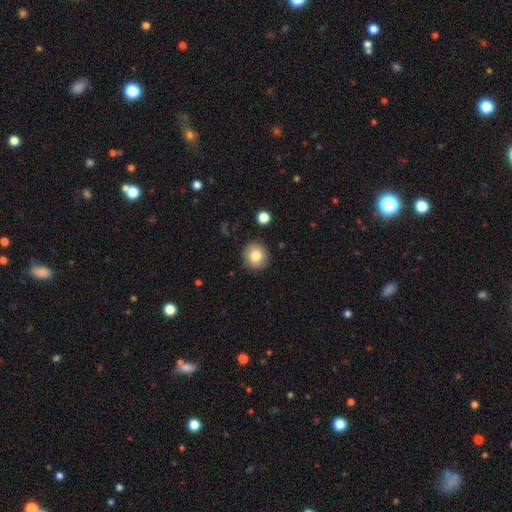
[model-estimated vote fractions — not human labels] Smooth or featured? smooth (81%)
How rounded? round (90%)
Merging? none (90%)